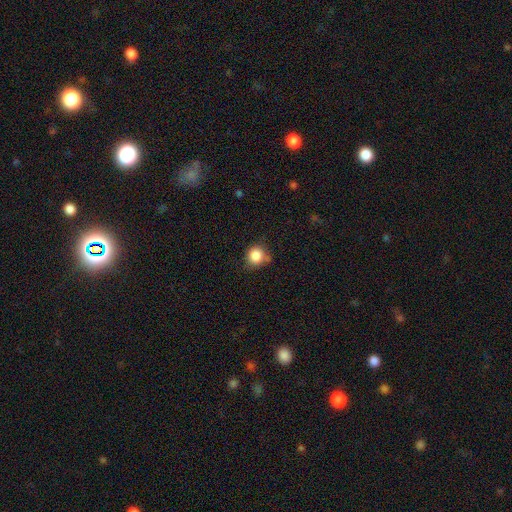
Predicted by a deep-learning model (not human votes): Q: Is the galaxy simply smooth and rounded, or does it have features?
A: smooth — 85%.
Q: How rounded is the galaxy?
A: round — 84%.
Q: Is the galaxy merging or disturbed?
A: none — 66%.